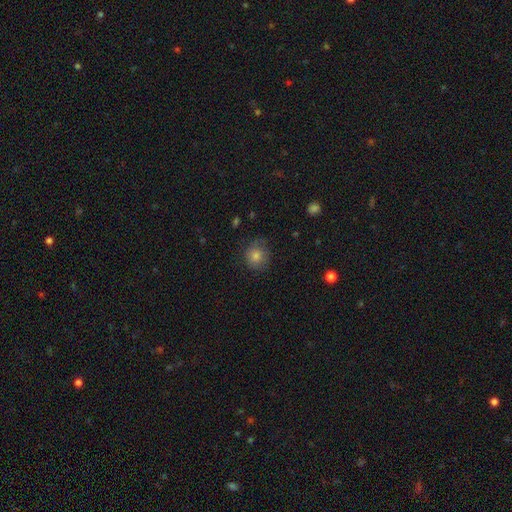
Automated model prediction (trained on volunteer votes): Overall: smooth (73%). How rounded: round (89%). Merging: none (76%).